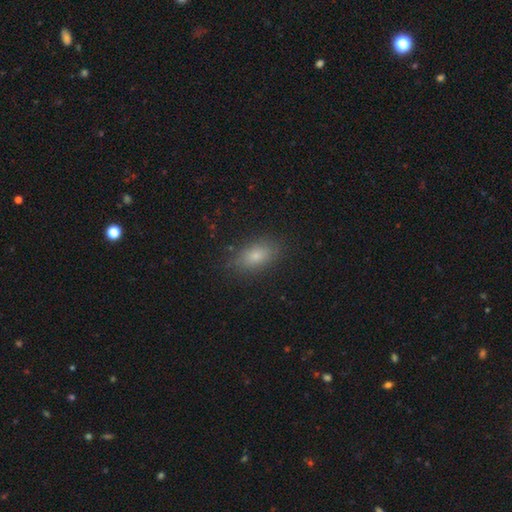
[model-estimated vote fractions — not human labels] smooth_or_featured: smooth (p=0.80) [alt: featured or disk p=0.10]
how_rounded: in between (p=0.87) [alt: round p=0.07]
merging: none (p=0.84) [alt: minor disturbance p=0.12]